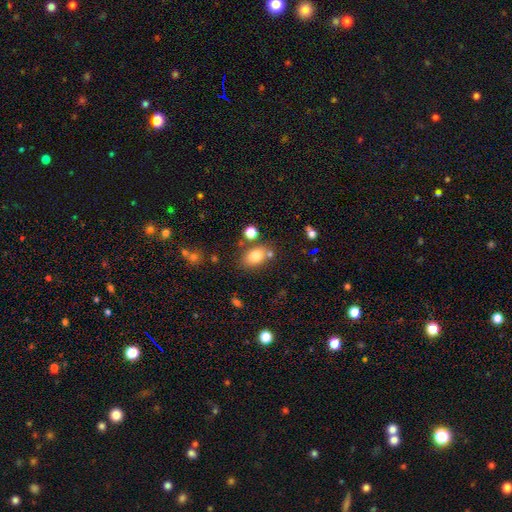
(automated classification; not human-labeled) This appears to be a smooth galaxy with no disk features (80%) that is in between round and cigar-shaped (77%). Merging: none (69%).